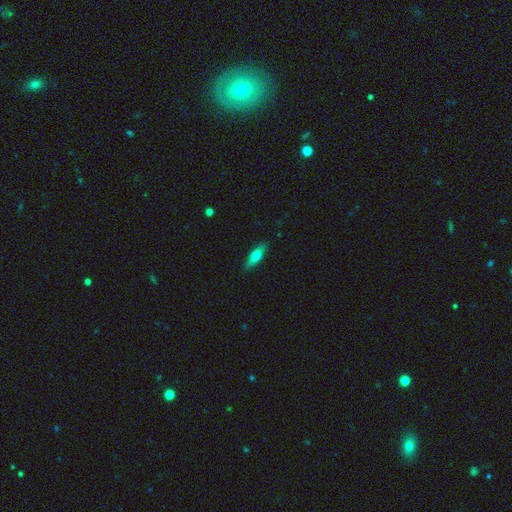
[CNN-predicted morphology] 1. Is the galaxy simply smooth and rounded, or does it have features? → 68% smooth, 26% featured or disk, 7% star or artifact.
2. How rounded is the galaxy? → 49% in between (tied), 49% cigar-shaped (tied), 2% round.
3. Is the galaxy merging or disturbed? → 87% none, 10% minor disturbance, 2% major disturbance, 1% merger.